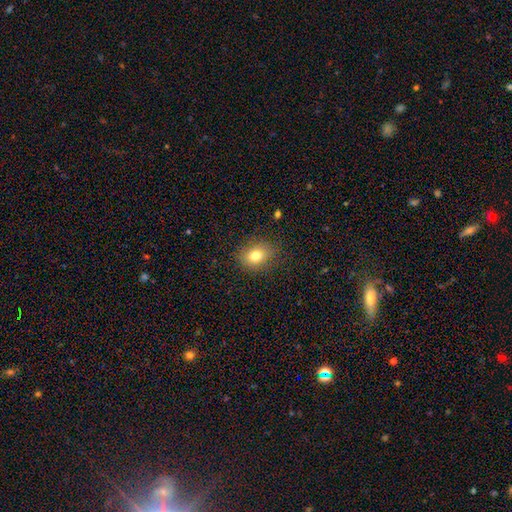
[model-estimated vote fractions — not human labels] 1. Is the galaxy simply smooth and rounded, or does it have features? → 78% smooth, 12% star or artifact, 10% featured or disk.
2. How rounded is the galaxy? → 50% in between, 48% round, 1% cigar-shaped.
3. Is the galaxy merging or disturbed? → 83% none, 12% minor disturbance, 4% major disturbance, 1% merger.